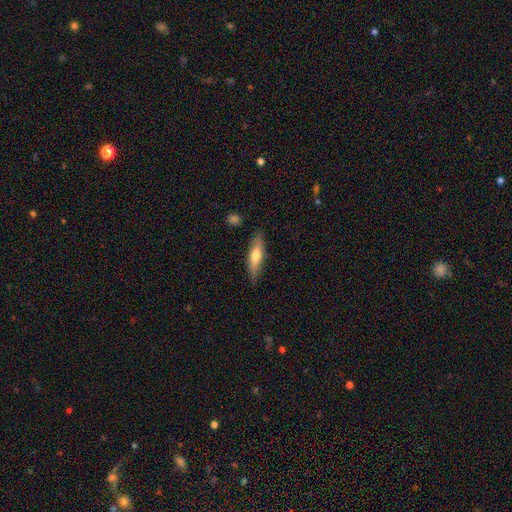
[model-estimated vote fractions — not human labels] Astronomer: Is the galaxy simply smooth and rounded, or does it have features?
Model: smooth — 59% (runner-up: featured or disk, 35%).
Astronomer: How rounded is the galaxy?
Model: cigar-shaped — 61% (runner-up: in between, 36%).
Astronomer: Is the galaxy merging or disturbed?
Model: none — 81%.